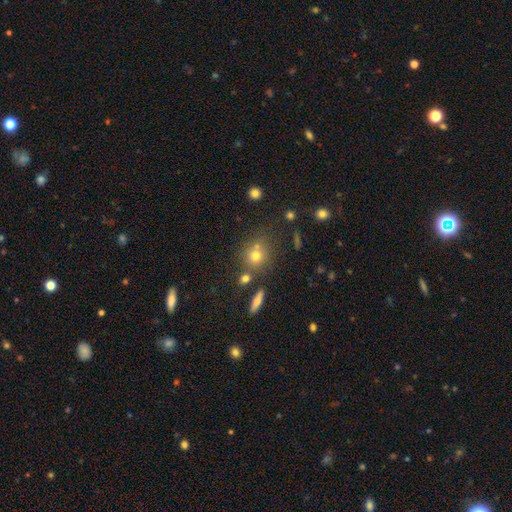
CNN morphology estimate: smooth_or_featured: smooth (p=0.69) [alt: star or artifact p=0.17]
how_rounded: round (p=0.83) [alt: in between p=0.15]
merging: none (p=0.63) [alt: merger p=0.20]